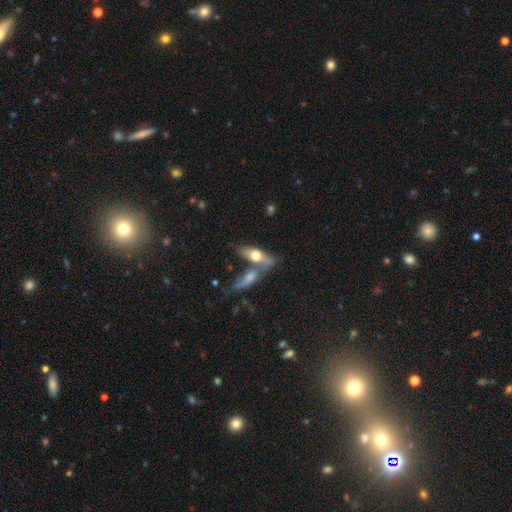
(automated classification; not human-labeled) Smooth or featured?
  - smooth: 52% *
  - featured or disk: 41%
  - star or artifact: 7%
How rounded?
  - in between: 64% *
  - cigar-shaped: 32%
  - round: 4%
Merging?
  - merger: 48% *
  - none: 35%
  - minor disturbance: 11%
  - major disturbance: 6%